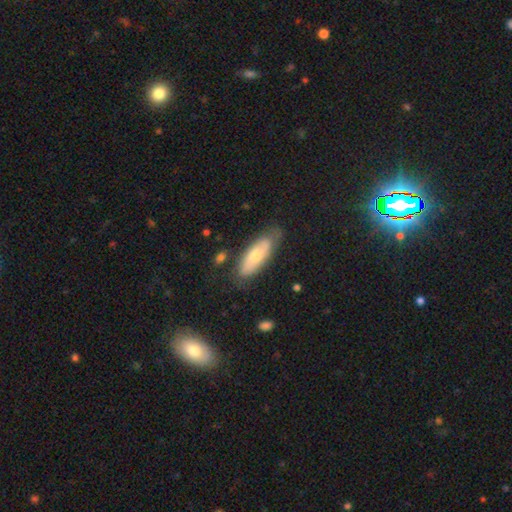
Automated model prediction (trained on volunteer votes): Morphology: type=smooth (55%); roundness=in between (66%); merging=none (71%).